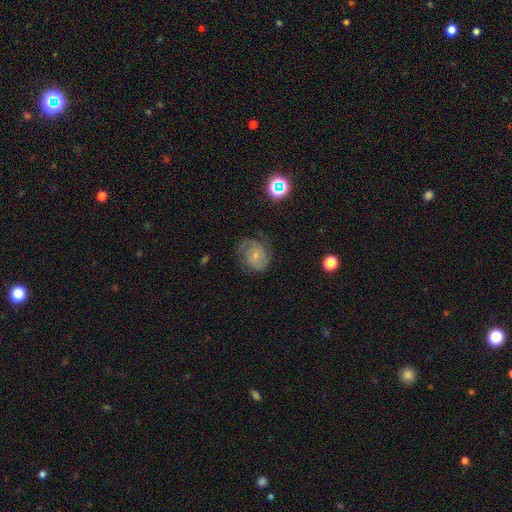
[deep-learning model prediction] smooth-or-featured: featured or disk: 63% | smooth: 27% | star or artifact: 9%
  disk-edge-on: no: 98% | yes: 2%
    bar: no: 69% | weak: 26% | strong: 5%
    has-spiral-arms: yes: 89% | no: 11%
      spiral-winding: tight: 44% | medium: 41% | loose: 15%
      spiral-arm-count: 2: 60% | can't tell: 20% | 1: 8% | 3: 8% | 4: 2% | more than 4: 2%
    bulge-size: small: 72% | moderate: 21% | none: 4% | large: 2% | dominant: 1%
  merging: none: 65% | minor disturbance: 21% | major disturbance: 13% | merger: 1%